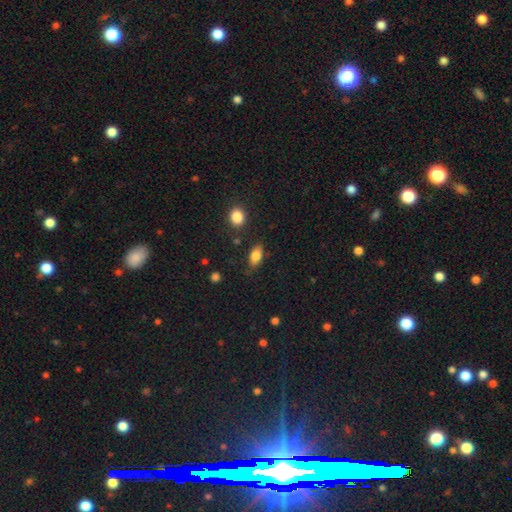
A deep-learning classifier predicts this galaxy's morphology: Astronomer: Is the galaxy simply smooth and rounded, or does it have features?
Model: smooth — 80%.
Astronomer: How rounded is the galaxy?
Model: in between — 86%.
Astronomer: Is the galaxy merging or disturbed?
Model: none — 80%.